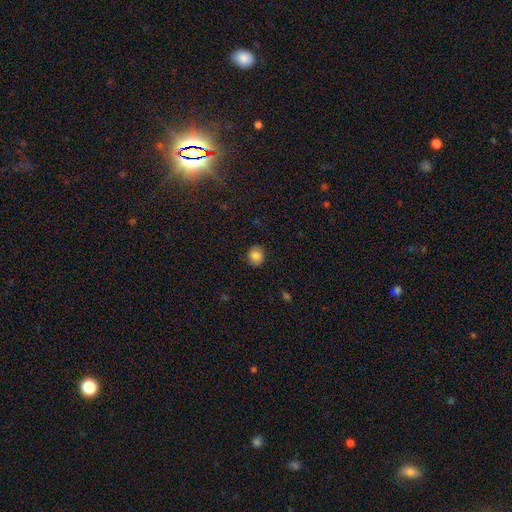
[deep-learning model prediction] Smooth or featured? Predicted: smooth (p=0.83). How rounded? Predicted: round (p=0.78). Merging? Predicted: none (p=0.87).